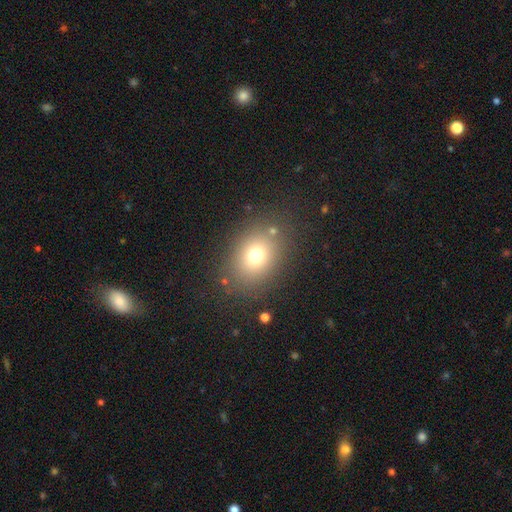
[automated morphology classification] Smooth or featured? smooth (72%)
How rounded? in between (52%)
Merging? none (81%)